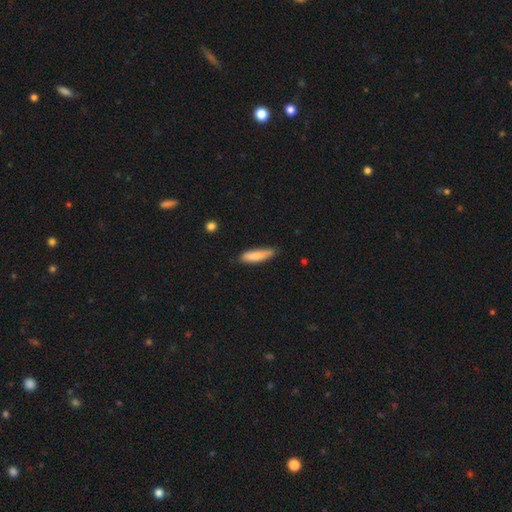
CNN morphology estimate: The model was most divided on "how rounded": cigar-shaped: 70%, in between: 28%, round: 2%. More confident: smooth or featured — smooth (83%); merging — none (75%).